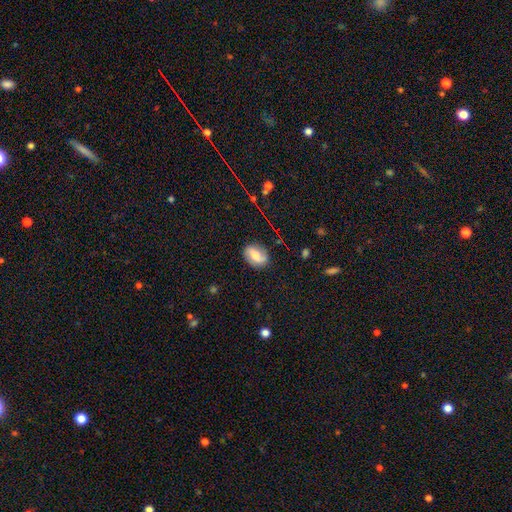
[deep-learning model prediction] This is possibly a smooth galaxy (50%). Merging: clearly none (82%).